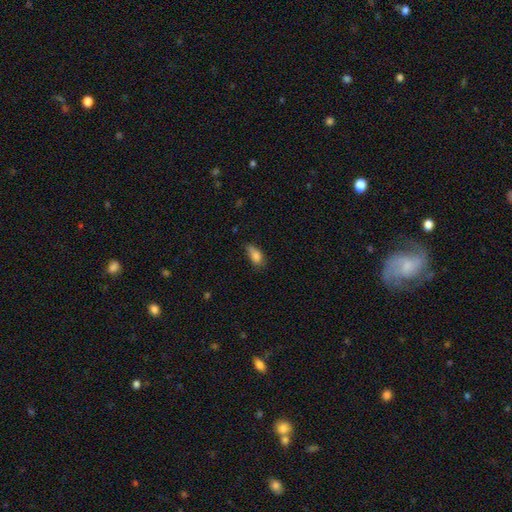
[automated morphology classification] Smooth or featured: smooth — 83% (star or artifact — 9%)
How rounded: in between — 86% (cigar-shaped — 7%)
Merging: none — 47% (minor disturbance — 39%)